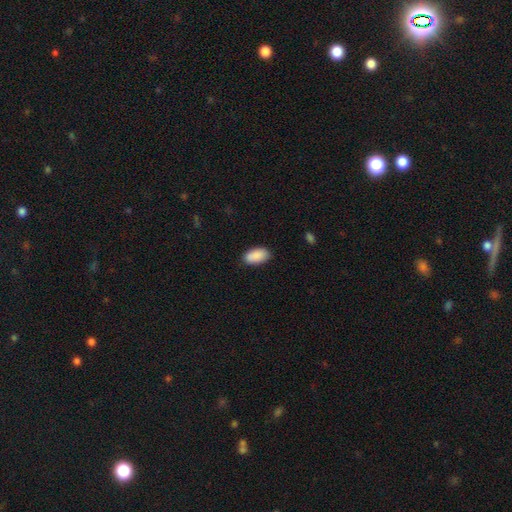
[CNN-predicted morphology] Q: Smooth or featured?
A: smooth (90%); runner-up: star or artifact (6%)
Q: How rounded?
A: in between (95%); runner-up: round (3%)
Q: Merging?
A: none (83%); runner-up: minor disturbance (13%)